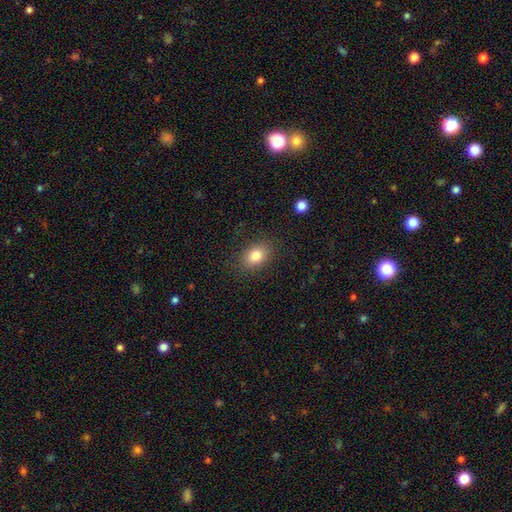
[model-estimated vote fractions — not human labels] smooth_or_featured: smooth (p=0.82) [alt: star or artifact p=0.10]
how_rounded: in between (p=0.75) [alt: round p=0.24]
merging: none (p=0.87) [alt: minor disturbance p=0.09]